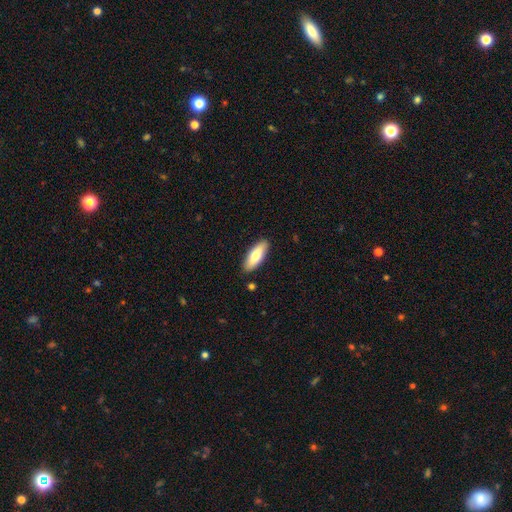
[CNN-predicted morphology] smooth-or-featured: smooth: 73% | featured or disk: 21% | star or artifact: 6%
  how-rounded: in between: 67% | cigar-shaped: 31% | round: 2%
  merging: none: 88% | minor disturbance: 9% | major disturbance: 2% | merger: 2%